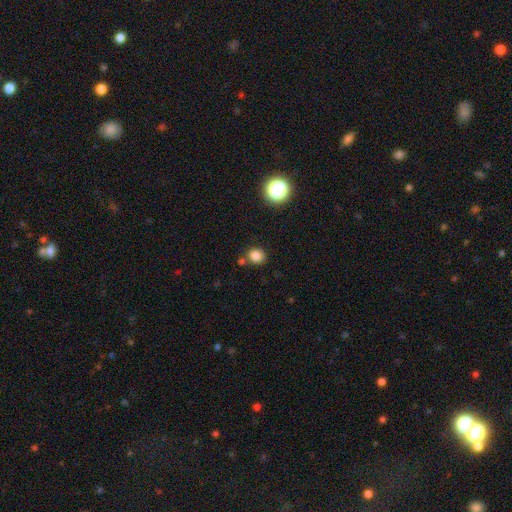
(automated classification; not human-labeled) Smooth or featured: smooth — 82% (star or artifact — 13%)
How rounded: round — 77% (in between — 22%)
Merging: none — 75% (minor disturbance — 11%)